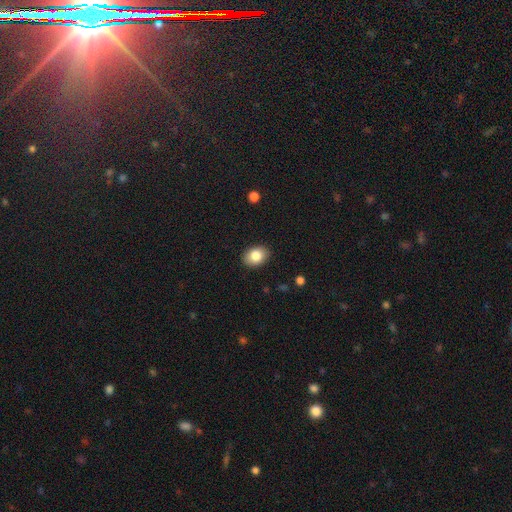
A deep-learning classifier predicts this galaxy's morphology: Smooth or featured?
  - smooth: 83% *
  - featured or disk: 9%
  - star or artifact: 8%
How rounded?
  - in between: 74% *
  - round: 25%
  - cigar-shaped: 1%
Merging?
  - none: 89% *
  - minor disturbance: 8%
  - major disturbance: 2%
  - merger: 1%